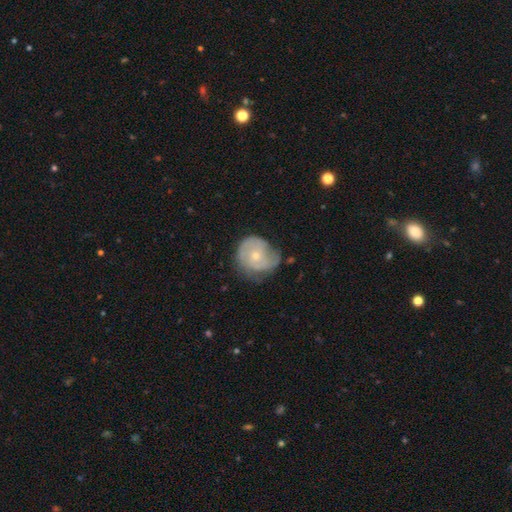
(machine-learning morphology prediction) This is possibly a featured or disk galaxy (59%). It is clearly not viewed edge-on (97%). Bar: clearly no (81%). Spiral arm pattern: likely yes (74%). Central bulge: likely small (64%). Merging: possibly none (49%).